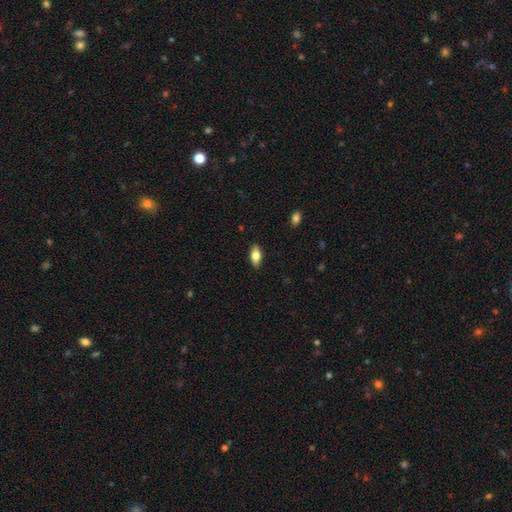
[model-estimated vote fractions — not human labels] Morphology: type=smooth (75%); roundness=in between (86%); merging=none (87%).